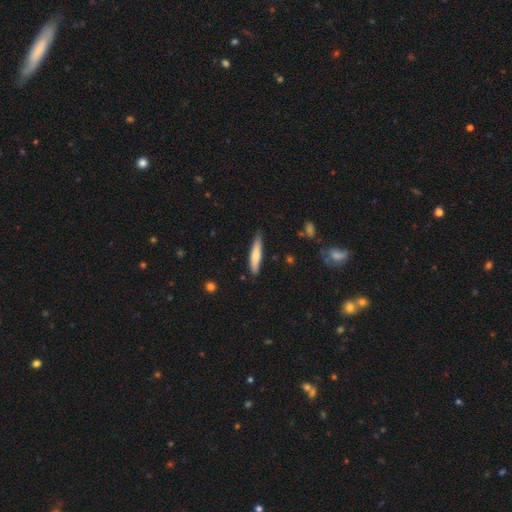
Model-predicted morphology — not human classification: Overall: smooth (69%). How rounded: cigar-shaped (86%). Merging: none (83%).